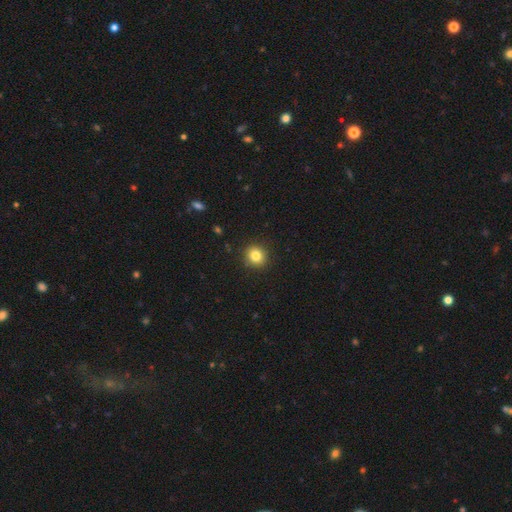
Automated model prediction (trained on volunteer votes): A smooth galaxy with no disk features (83%) that is round (87%).

Vote fractions:
- Smooth or featured? smooth: 83% / star or artifact: 11% / featured or disk: 6%
- How rounded? round: 87% / in between: 12% / cigar-shaped: 1%
- Merging? none: 91% / minor disturbance: 6% / major disturbance: 2% / merger: 1%